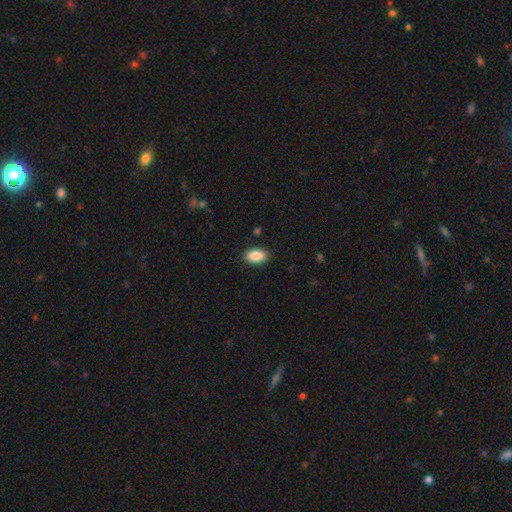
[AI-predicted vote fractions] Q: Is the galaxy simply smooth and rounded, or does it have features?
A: smooth — 88%.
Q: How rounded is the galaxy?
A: in between — 93%.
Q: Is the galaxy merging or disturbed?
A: none — 89%.